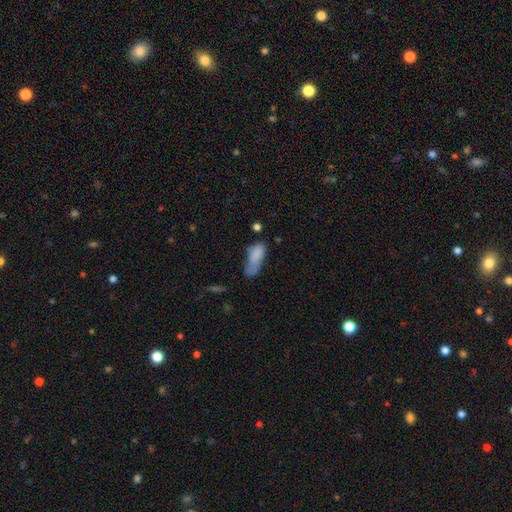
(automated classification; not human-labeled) Smooth or featured?
  - smooth: 79% *
  - featured or disk: 12%
  - star or artifact: 9%
How rounded?
  - in between: 69% *
  - cigar-shaped: 28%
  - round: 3%
Merging?
  - none: 32% * (tied)
  - minor disturbance: 32% * (tied)
  - major disturbance: 25%
  - merger: 10%